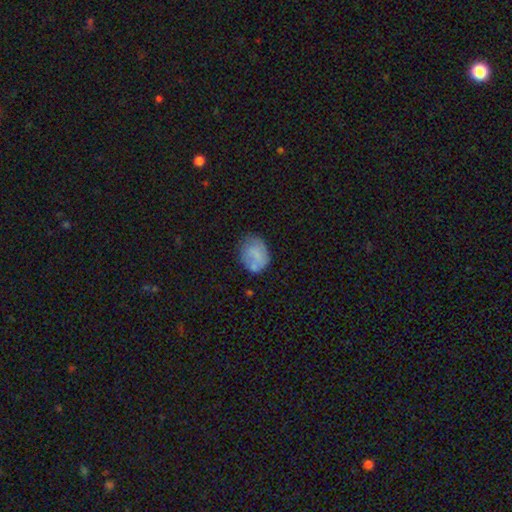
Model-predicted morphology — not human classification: type=smooth (71%); roundness=in between (51%); merging=none (53%).